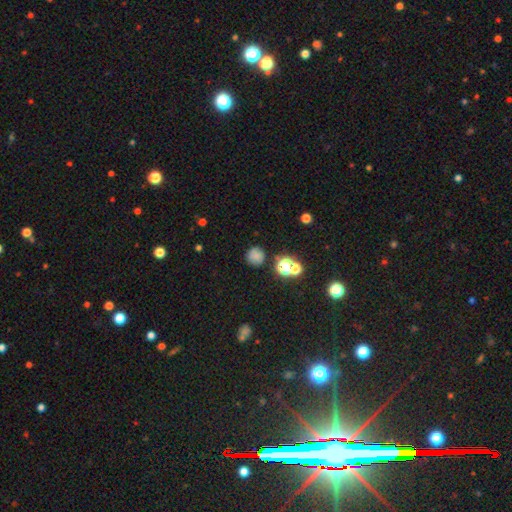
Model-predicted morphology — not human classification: This appears to be a smooth galaxy with no disk features (72%) that is round (91%). Merging: none (77%).